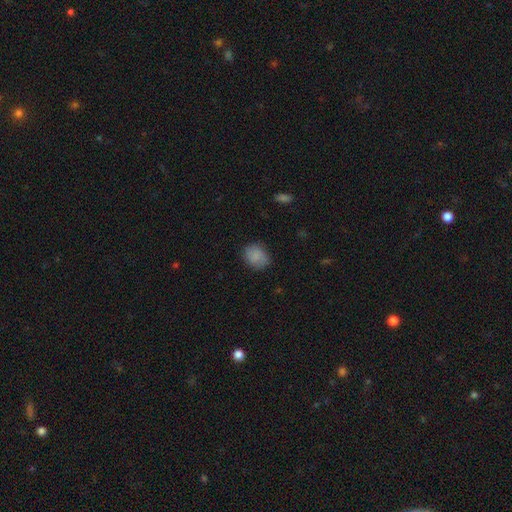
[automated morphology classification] Smooth or featured?
  - smooth: 83% *
  - featured or disk: 9%
  - star or artifact: 8%
How rounded?
  - round: 62% *
  - in between: 37%
  - cigar-shaped: 1%
Merging?
  - none: 80% *
  - minor disturbance: 15%
  - major disturbance: 4%
  - merger: 1%